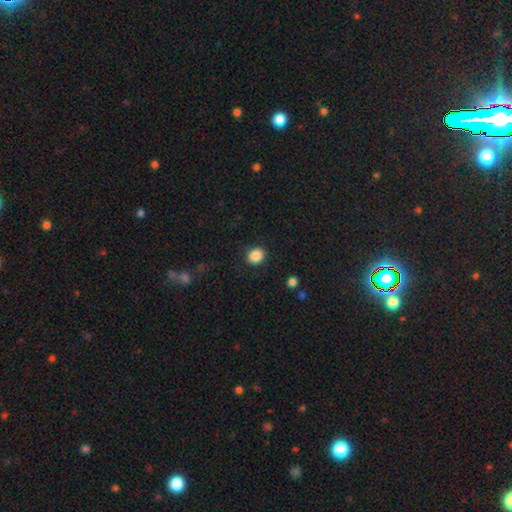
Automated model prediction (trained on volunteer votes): The model was most divided on "how rounded": round: 70%, in between: 29%, cigar-shaped: 1%. More confident: merging — none (89%); smooth or featured — smooth (87%).